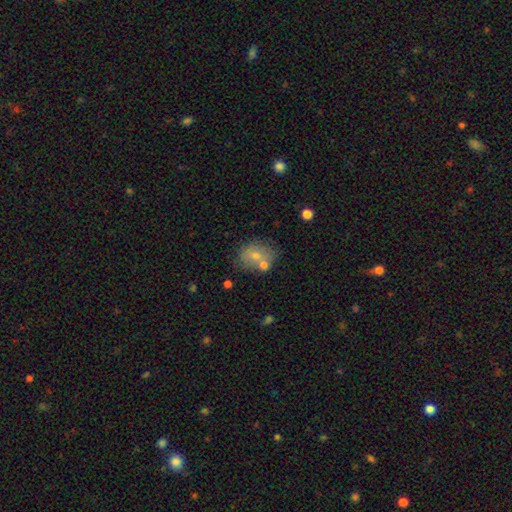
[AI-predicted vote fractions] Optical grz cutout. It shows a smooth galaxy with no disk features (62%) that is in between round and cigar-shaped (53%). Merging: none (58%).